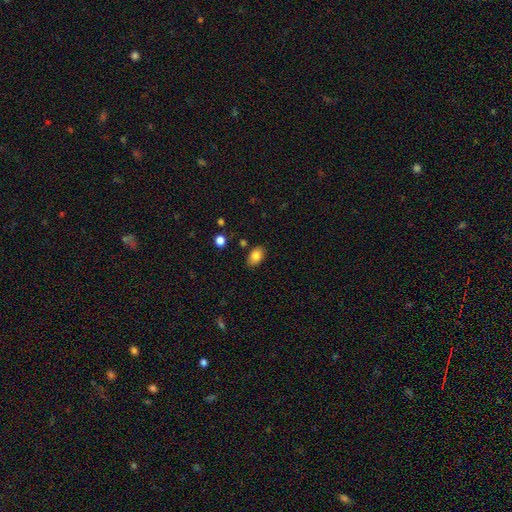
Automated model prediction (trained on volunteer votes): Smooth or featured?
  - smooth: 83% *
  - featured or disk: 9%
  - star or artifact: 8%
How rounded?
  - in between: 88% *
  - round: 11%
  - cigar-shaped: 1%
Merging?
  - none: 83% *
  - minor disturbance: 12%
  - merger: 3%
  - major disturbance: 2%